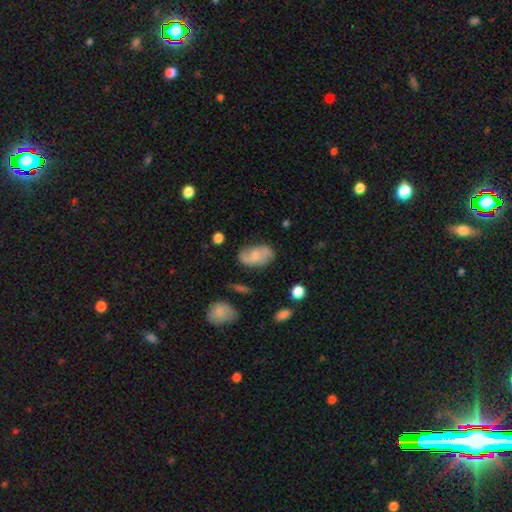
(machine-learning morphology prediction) A featured or disk galaxy (50%).

Vote fractions:
- Smooth or featured? featured or disk: 50% / smooth: 43% / star or artifact: 7%
- Merging? none: 68% / minor disturbance: 22% / major disturbance: 7% / merger: 3%